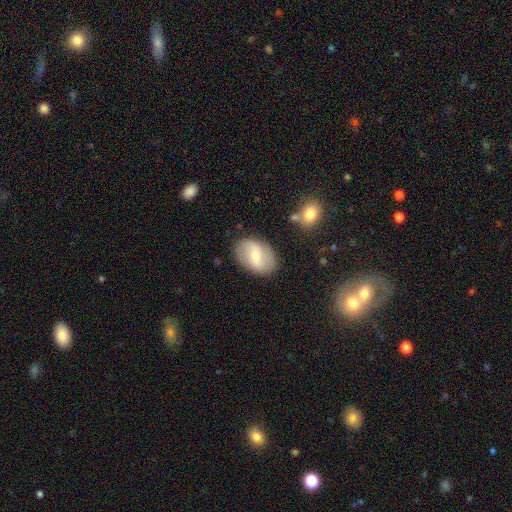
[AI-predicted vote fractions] A featured or disk galaxy (47%). Merging: none (82%).